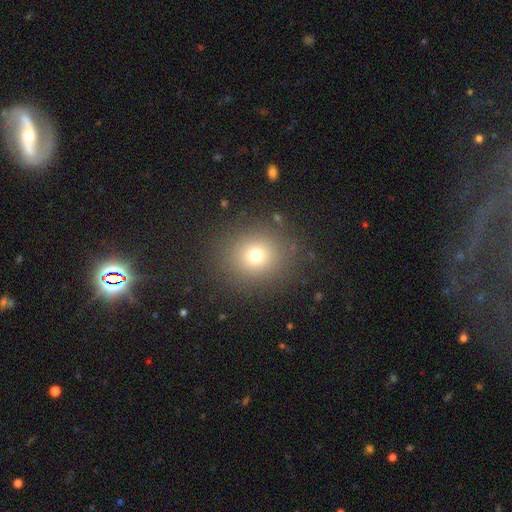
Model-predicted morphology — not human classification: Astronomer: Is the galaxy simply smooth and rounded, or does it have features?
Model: smooth — 72%.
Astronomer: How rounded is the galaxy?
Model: round — 83%.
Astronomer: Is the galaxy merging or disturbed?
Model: none — 87%.